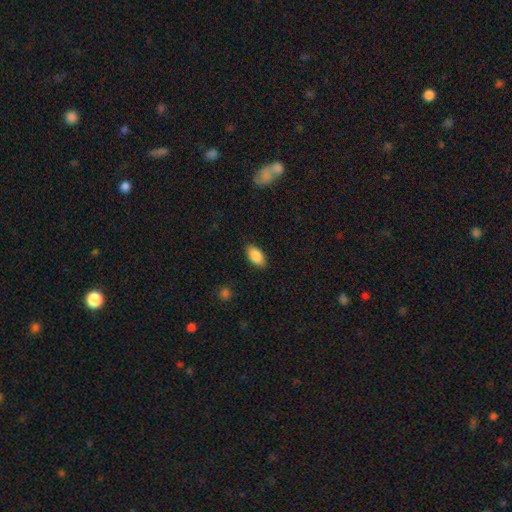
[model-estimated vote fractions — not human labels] Smooth or featured? Predicted: smooth (p=0.88). How rounded? Predicted: in between (p=0.93). Merging? Predicted: none (p=0.87).